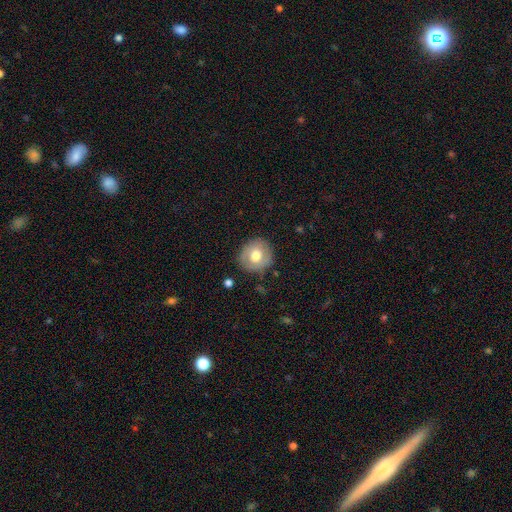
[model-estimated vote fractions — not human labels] smooth 65%, featured or disk 28%, star or artifact 7%. Down the decision tree: how rounded — round (86%); merging — none (83%).